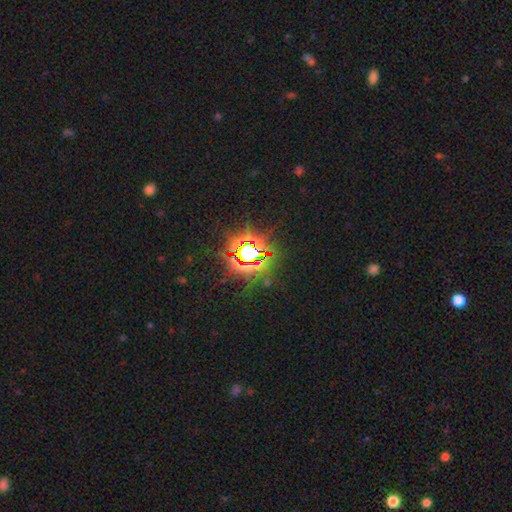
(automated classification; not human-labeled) Smooth or featured?
  - star or artifact: 83% *
  - smooth: 10%
  - featured or disk: 6%